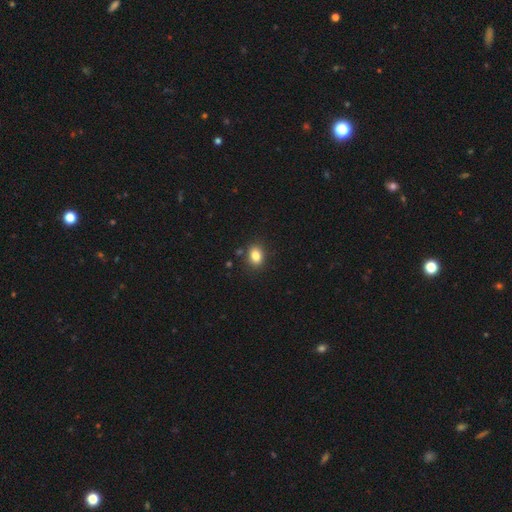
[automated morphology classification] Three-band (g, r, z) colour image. It shows a smooth galaxy with no disk features (83%) that is in between round and cigar-shaped (64%). Merging: none (85%).